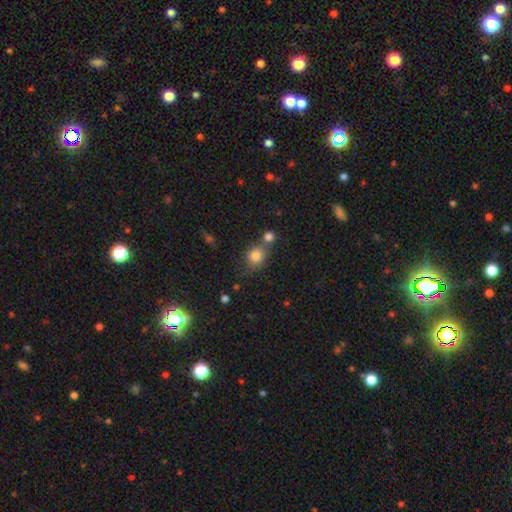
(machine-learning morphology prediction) Q: Smooth or featured?
A: smooth (80%); runner-up: star or artifact (11%)
Q: How rounded?
A: round (68%); runner-up: in between (31%)
Q: Merging?
A: none (49%); runner-up: merger (32%)